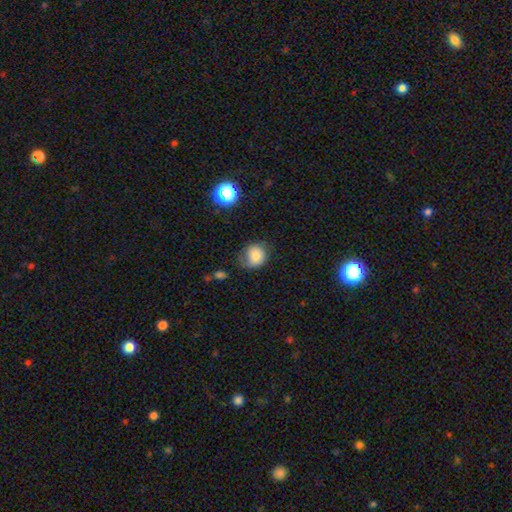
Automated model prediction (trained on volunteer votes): Smooth or featured?
  - smooth: 75% *
  - featured or disk: 14%
  - star or artifact: 11%
How rounded?
  - round: 73% *
  - in between: 26%
  - cigar-shaped: 1%
Merging?
  - none: 55% *
  - minor disturbance: 30%
  - major disturbance: 12%
  - merger: 2%